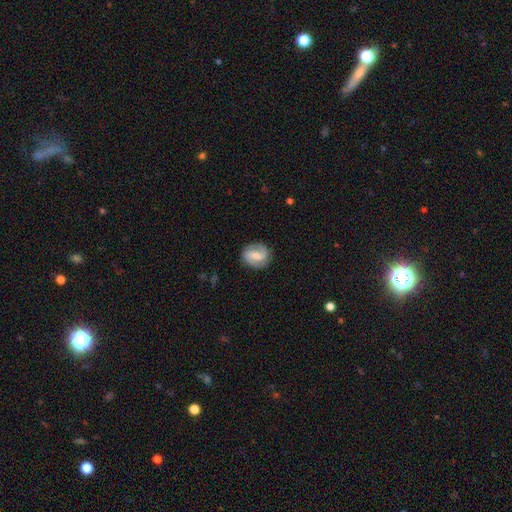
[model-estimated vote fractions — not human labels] Q: Smooth or featured?
A: featured or disk (64%); runner-up: smooth (29%)
Q: Edge-on disk?
A: no (97%); runner-up: yes (3%)
Q: Bar?
A: weak (50%); runner-up: strong (30%)
Q: Spiral arms?
A: yes (89%); runner-up: no (11%)
Q: Spiral winding?
A: medium (43%); runner-up: loose (31%)
Q: Spiral arm count?
A: 2 (84%); runner-up: can't tell (7%)
Q: Bulge size?
A: moderate (44%); runner-up: small (35%)
Q: Merging?
A: none (83%); runner-up: minor disturbance (12%)